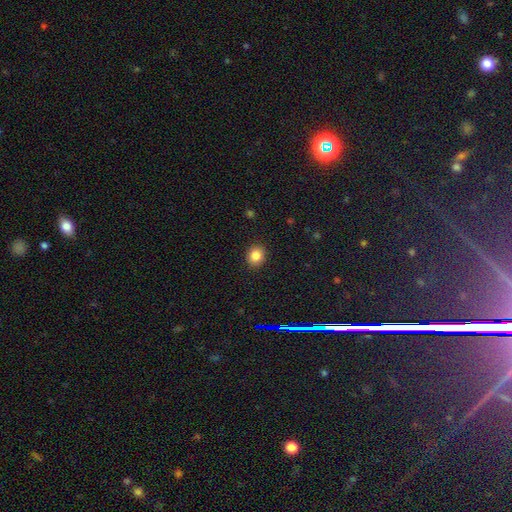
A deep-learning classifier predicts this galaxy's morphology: A smooth galaxy with no disk features (84%) that is round (69%). Merging: none (90%).